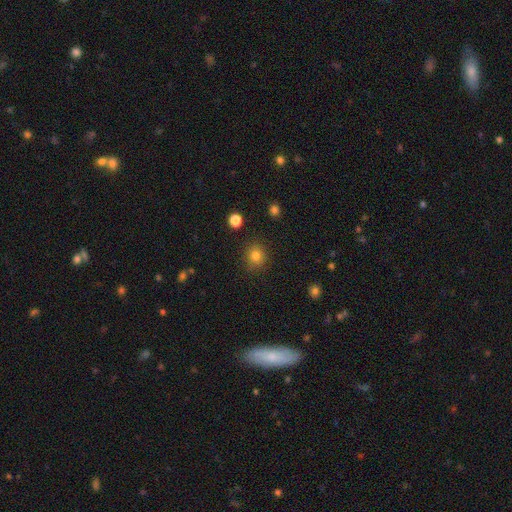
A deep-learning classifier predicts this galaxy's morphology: smooth_or_featured: smooth (p=0.82) [alt: star or artifact p=0.12]
how_rounded: round (p=0.83) [alt: in between p=0.16]
merging: none (p=0.86) [alt: minor disturbance p=0.09]